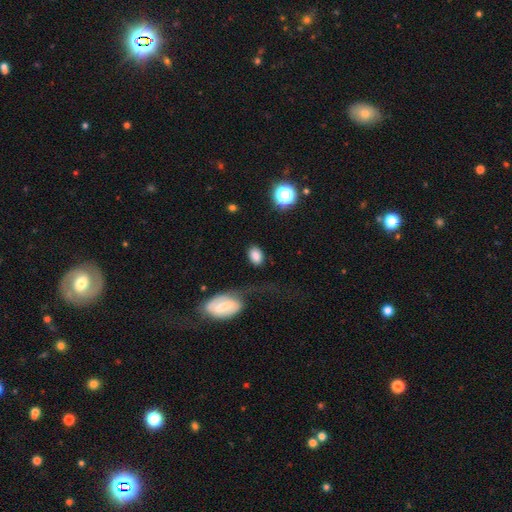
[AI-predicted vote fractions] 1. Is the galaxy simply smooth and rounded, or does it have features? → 80% smooth, 11% featured or disk, 8% star or artifact.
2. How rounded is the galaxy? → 84% in between, 14% round, 2% cigar-shaped.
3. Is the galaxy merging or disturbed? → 70% none, 14% minor disturbance, 11% major disturbance, 5% merger.